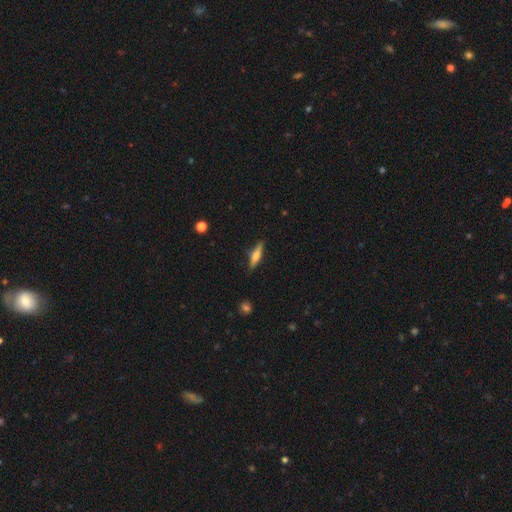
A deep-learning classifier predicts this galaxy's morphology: Overall: featured or disk (48%; smooth 45%). Merging: none (87%).